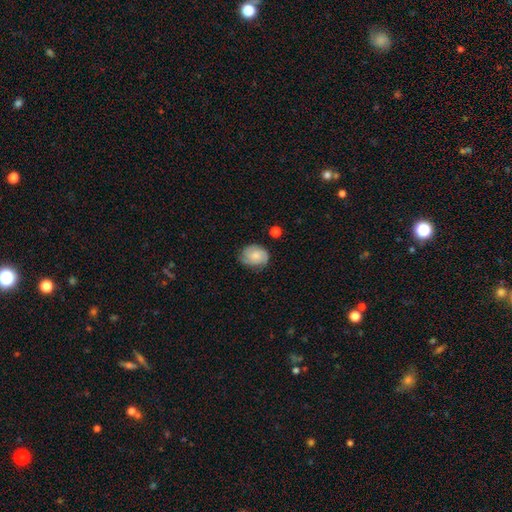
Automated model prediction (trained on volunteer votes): smooth 53%, featured or disk 39%, star or artifact 8%. Down the decision tree: how rounded — in between (54%); merging — none (68%).